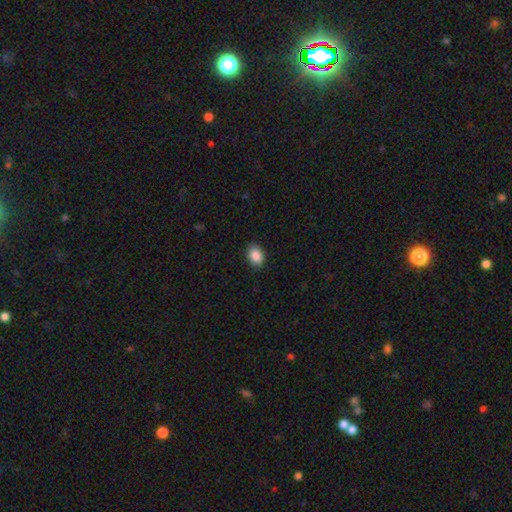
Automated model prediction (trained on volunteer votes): Smooth or featured: smooth — 89% (star or artifact — 8%)
How rounded: in between — 77% (round — 22%)
Merging: none — 88% (minor disturbance — 9%)